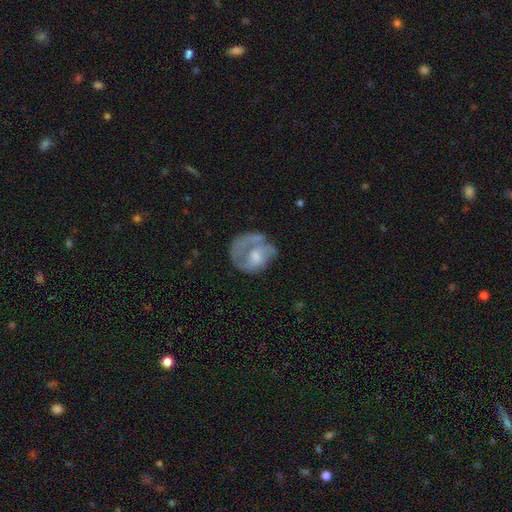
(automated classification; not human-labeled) The model was most divided on "spiral arms": yes: 53%, no: 47%. Remaining: edge-on disk — no (97%); bar — no (75%); smooth or featured — featured or disk (57%); bulge size — moderate (45%); merging — none (40%).